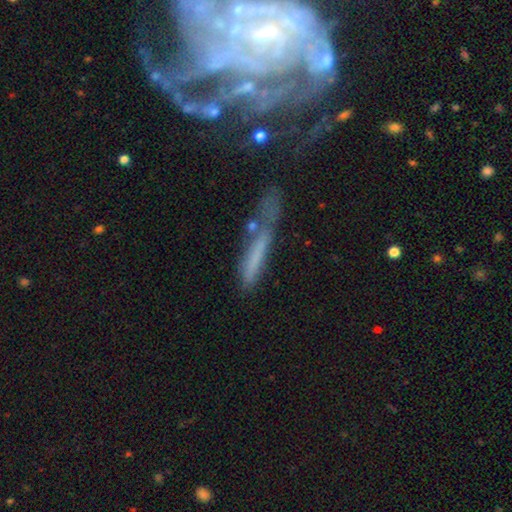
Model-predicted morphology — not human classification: smooth 59%, featured or disk 30%, star or artifact 11%. Down the decision tree: how rounded — cigar-shaped (91%); merging — none (46%).